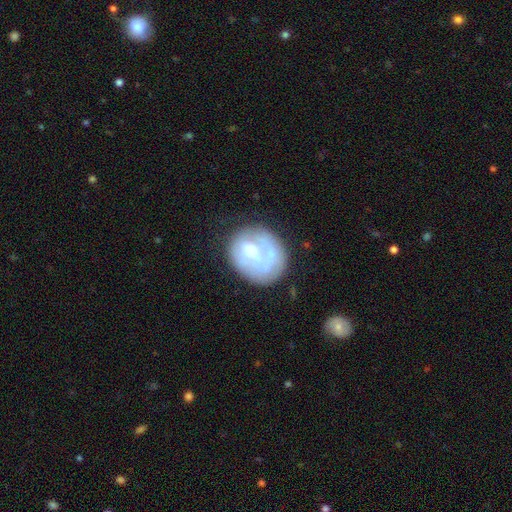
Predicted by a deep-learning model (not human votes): Smooth or featured? featured or disk (51%)
Edge-on disk? no (98%)
Merging? none (52%)